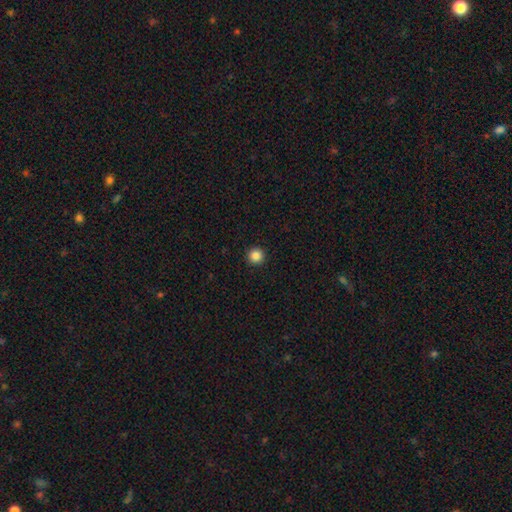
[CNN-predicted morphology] Smooth or featured? smooth (86%)
How rounded? round (96%)
Merging? none (93%)